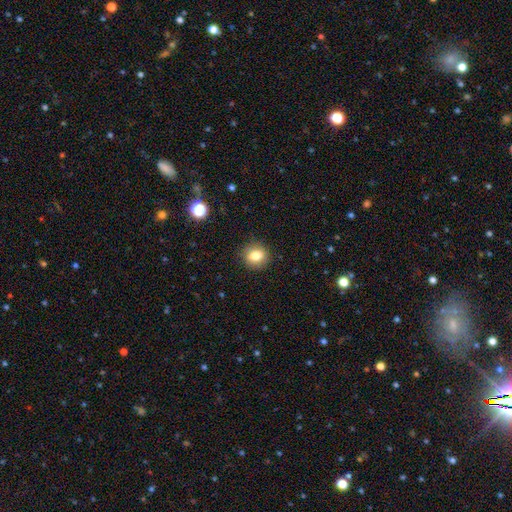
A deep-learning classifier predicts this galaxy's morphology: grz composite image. It shows a smooth galaxy with no disk features (80%) that is round (73%). Merging: none (87%).